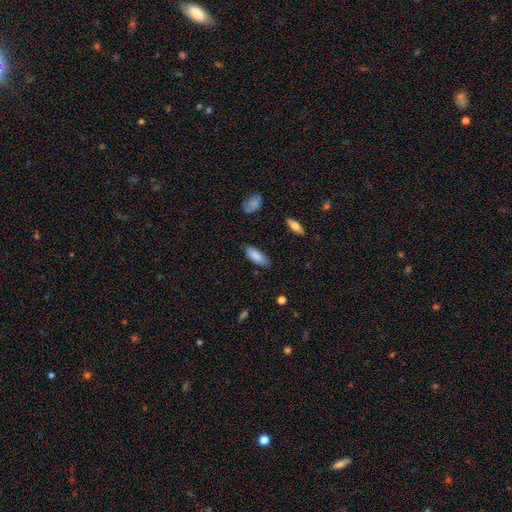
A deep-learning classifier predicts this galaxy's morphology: This appears to be a smooth galaxy with no disk features (85%) that is in between round and cigar-shaped (72%). Merging: none (81%).